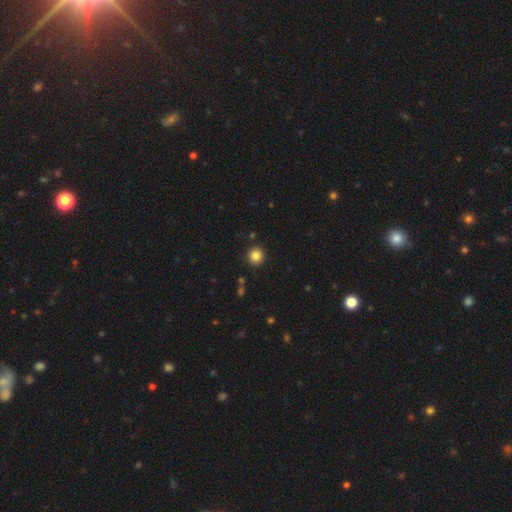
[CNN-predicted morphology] A smooth galaxy with no disk features (84%) that is round (94%). Merging: none (92%).